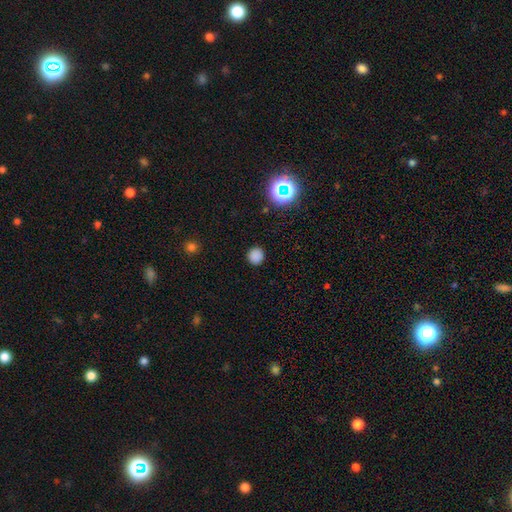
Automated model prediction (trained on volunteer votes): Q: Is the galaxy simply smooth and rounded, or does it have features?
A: smooth — 81%.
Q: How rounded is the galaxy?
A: round — 88%.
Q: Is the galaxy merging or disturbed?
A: none — 90%.